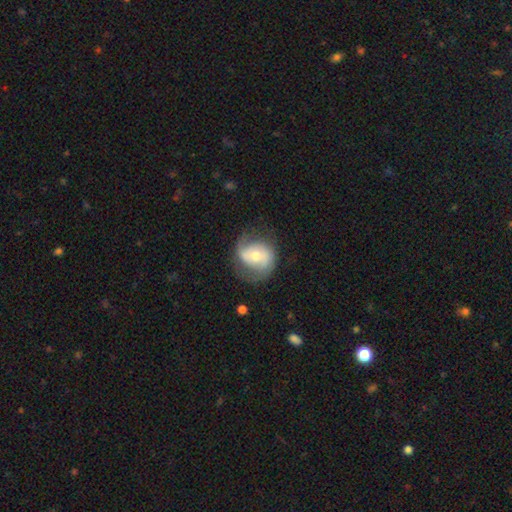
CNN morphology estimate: Overall: featured or disk (62%; smooth 31%). Edge-on disk: no (97%). Bar: no (51%; weak 34%). Spiral arms: yes (81%). Bulge size: moderate (63%; small 30%). Merging: none (61%; minor disturbance 23%).